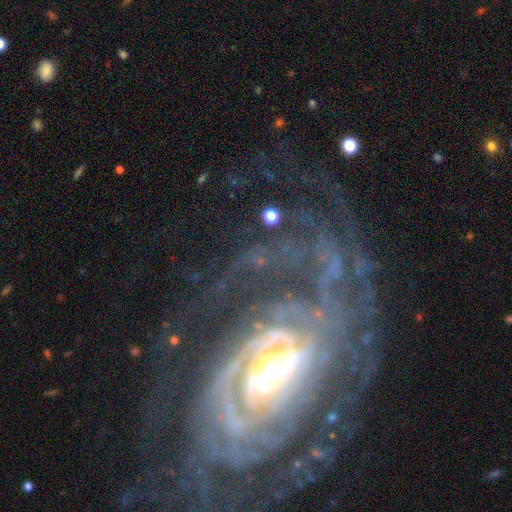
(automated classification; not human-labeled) A featured or disk galaxy (85%) with no bar (41%), tight (61%) spiral arms (95%) and a small central bulge (48%).

Vote fractions:
- Smooth or featured? featured or disk: 85% / star or artifact: 10% / smooth: 6%
- Edge-on disk? no: 96% / yes: 4%
- Bar? no: 41% / weak: 33% / strong: 26%
- Spiral arms? yes: 95% / no: 5%
- Spiral winding? tight: 61% / medium: 29% / loose: 10%
- Spiral arm count? can't tell: 29% / 2: 20% / 3: 16% / 4: 13% / more than 4: 11% / 1: 9%
- Bulge size? small: 48% / moderate: 42% / large: 6% / none: 3% / dominant: 2%
- Merging? none: 55% / major disturbance: 25% / minor disturbance: 16% / merger: 5%